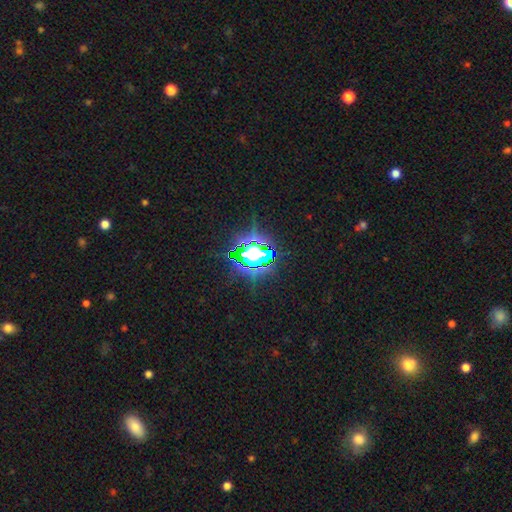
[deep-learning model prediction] Smooth or featured: star or artifact — 70% (smooth — 18%)